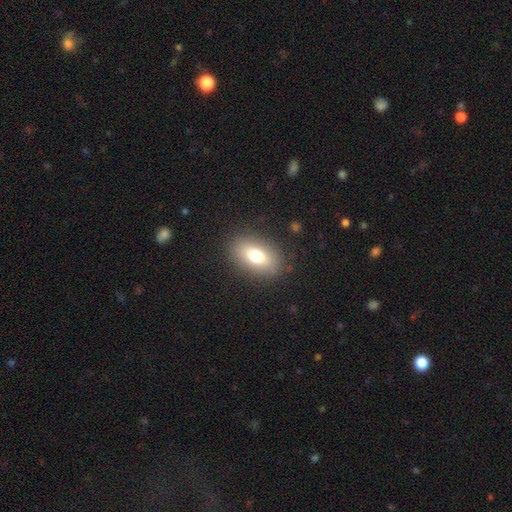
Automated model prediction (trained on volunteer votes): A smooth galaxy with no disk features (74%) that is in between round and cigar-shaped (83%).

Vote fractions:
- Smooth or featured? smooth: 74% / featured or disk: 15% / star or artifact: 10%
- How rounded? in between: 83% / round: 15% / cigar-shaped: 2%
- Merging? none: 86% / minor disturbance: 9% / major disturbance: 4% / merger: 1%